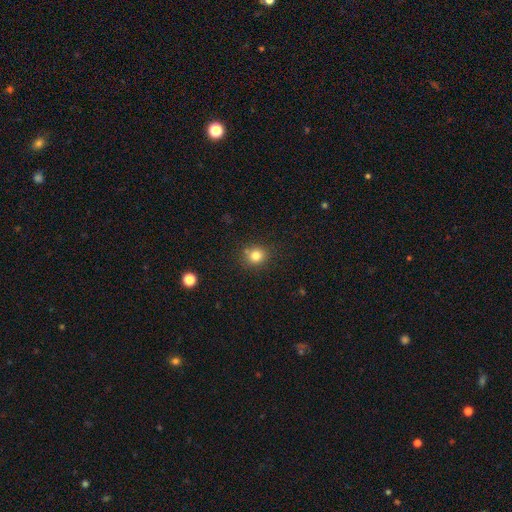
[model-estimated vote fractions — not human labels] The model was most divided on "how rounded": round: 81%, in between: 18%, cigar-shaped: 1%. More confident: smooth or featured — smooth (81%); merging — none (78%).